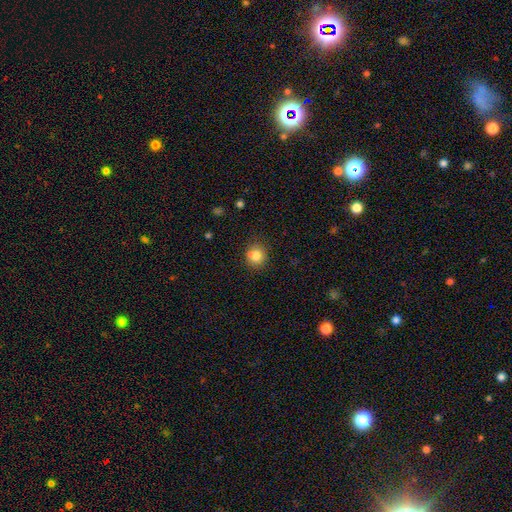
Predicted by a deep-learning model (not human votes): Morphology: type=smooth (81%); roundness=round (85%); merging=none (73%).